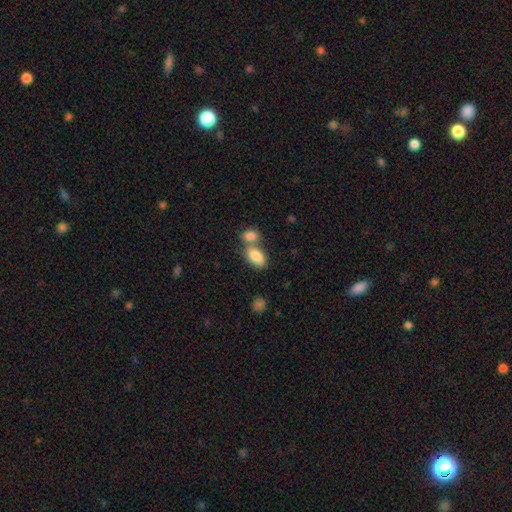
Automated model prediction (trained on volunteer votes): smooth-or-featured: smooth: 85% | featured or disk: 9% | star or artifact: 7%
  how-rounded: in between: 92% | round: 7% | cigar-shaped: 2%
  merging: merger: 51% | none: 36% | minor disturbance: 9% | major disturbance: 4%